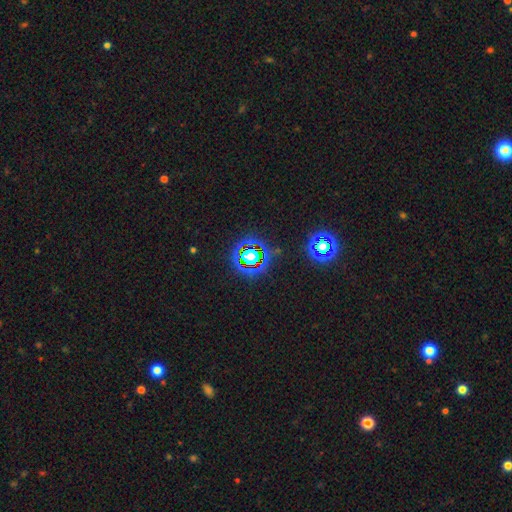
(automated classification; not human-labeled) Smooth or featured? Predicted: star or artifact (p=0.79).